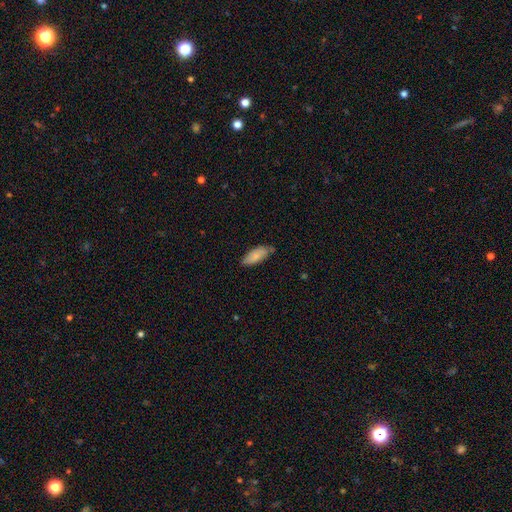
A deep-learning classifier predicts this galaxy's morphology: Overall: smooth (81%). How rounded: in between (78%). Merging: none (67%).